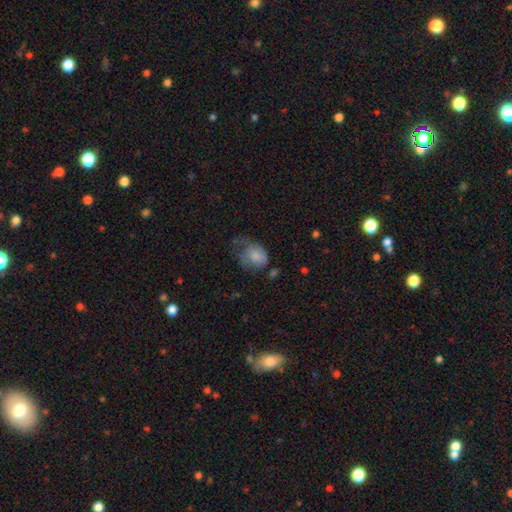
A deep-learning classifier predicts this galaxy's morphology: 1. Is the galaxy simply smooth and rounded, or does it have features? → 73% smooth, 18% featured or disk, 9% star or artifact.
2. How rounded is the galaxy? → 53% in between, 46% round, 1% cigar-shaped.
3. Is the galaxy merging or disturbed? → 42% major disturbance, 31% minor disturbance, 23% none, 3% merger.